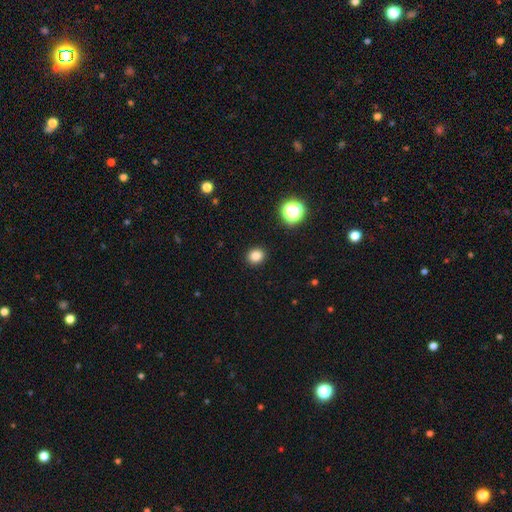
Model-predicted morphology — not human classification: A smooth galaxy with no disk features (83%) that is round (75%).

Vote fractions:
- Smooth or featured? smooth: 83% / star or artifact: 13% / featured or disk: 4%
- How rounded? round: 75% / in between: 25% / cigar-shaped: 1%
- Merging? none: 91% / minor disturbance: 6% / major disturbance: 2% / merger: 1%